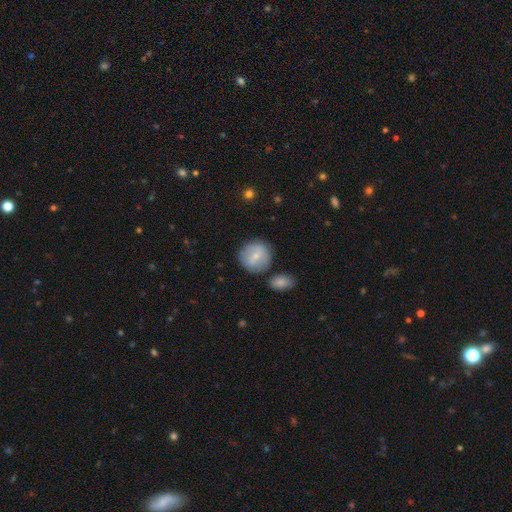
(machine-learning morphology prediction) Smooth or featured: smooth — 64% (featured or disk — 28%)
How rounded: round — 90% (in between — 9%)
Merging: none — 75% (minor disturbance — 12%)